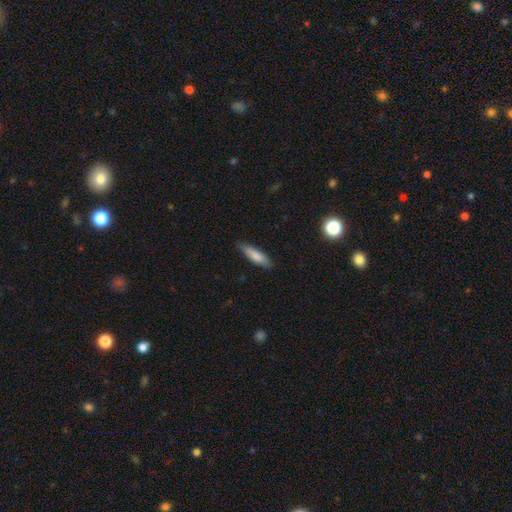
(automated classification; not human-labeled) Smooth or featured: smooth — 79% (featured or disk — 15%)
How rounded: cigar-shaped — 70% (in between — 29%)
Merging: none — 81% (minor disturbance — 15%)